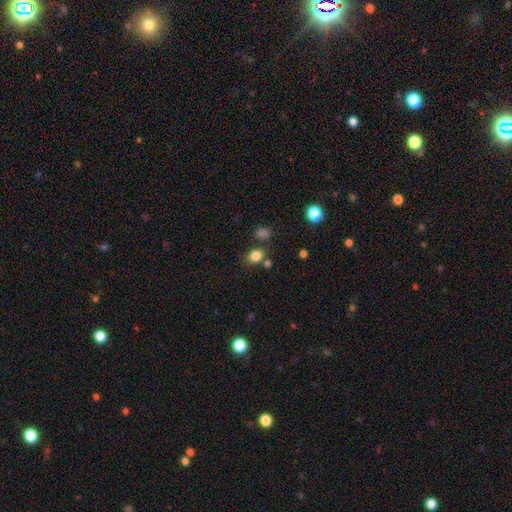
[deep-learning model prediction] Smooth or featured? smooth (82%)
How rounded? round (55%)
Merging? none (71%)